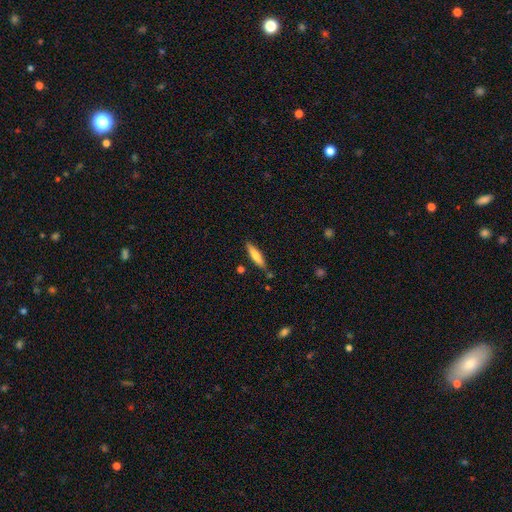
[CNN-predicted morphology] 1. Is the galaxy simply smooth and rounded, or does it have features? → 72% smooth, 22% featured or disk, 6% star or artifact.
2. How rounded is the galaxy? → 80% cigar-shaped, 18% in between, 1% round.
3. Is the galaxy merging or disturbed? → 82% none, 12% minor disturbance, 4% merger, 2% major disturbance.